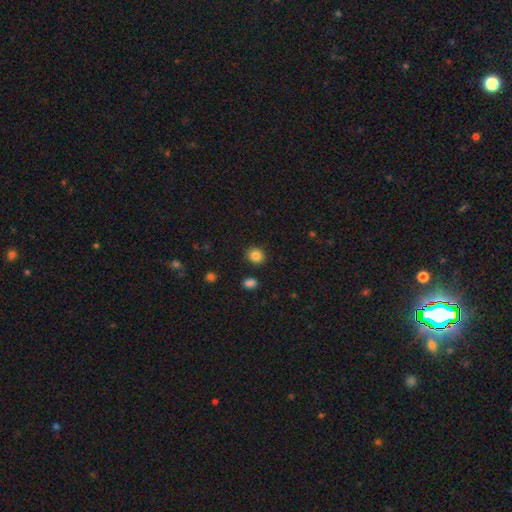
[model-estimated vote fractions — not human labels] Morphology: type=smooth (85%); roundness=round (76%); merging=none (87%).